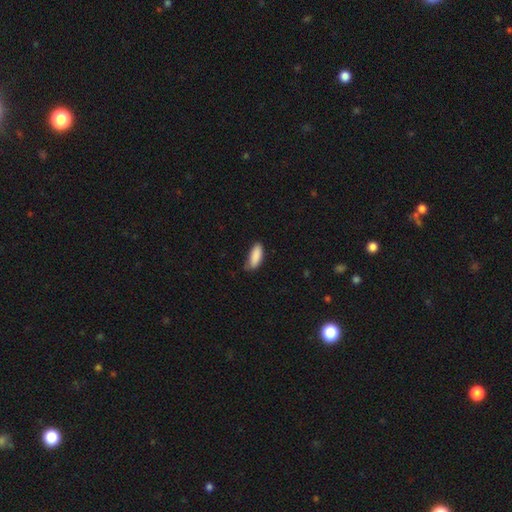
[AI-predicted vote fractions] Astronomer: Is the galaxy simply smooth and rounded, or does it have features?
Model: smooth — 89%.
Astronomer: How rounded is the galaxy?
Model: in between — 76%.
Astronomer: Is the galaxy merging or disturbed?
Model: none — 62%.